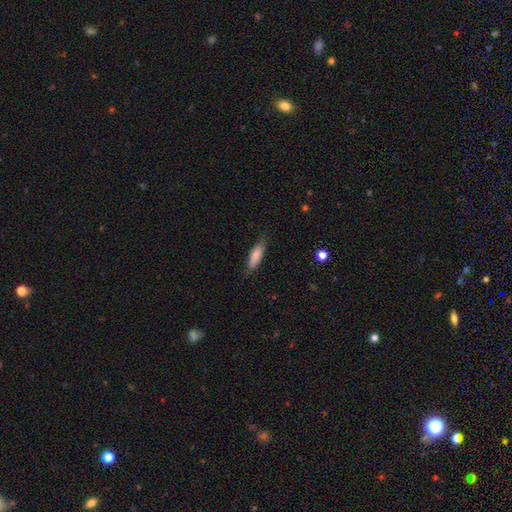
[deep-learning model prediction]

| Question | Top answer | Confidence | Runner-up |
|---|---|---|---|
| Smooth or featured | smooth | 79% | featured or disk (15%) |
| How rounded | cigar-shaped | 56% | in between (42%) |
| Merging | none | 79% | minor disturbance (17%) |